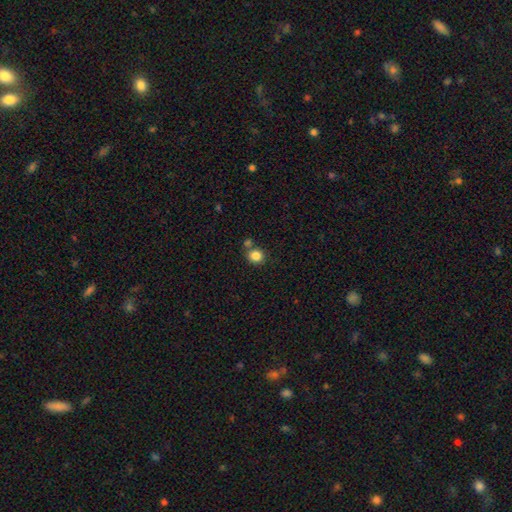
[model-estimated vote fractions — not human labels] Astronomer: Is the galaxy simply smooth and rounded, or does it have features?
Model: smooth — 85%.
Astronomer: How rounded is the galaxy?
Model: round — 86%.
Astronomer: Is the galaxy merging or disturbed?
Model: none — 67%.